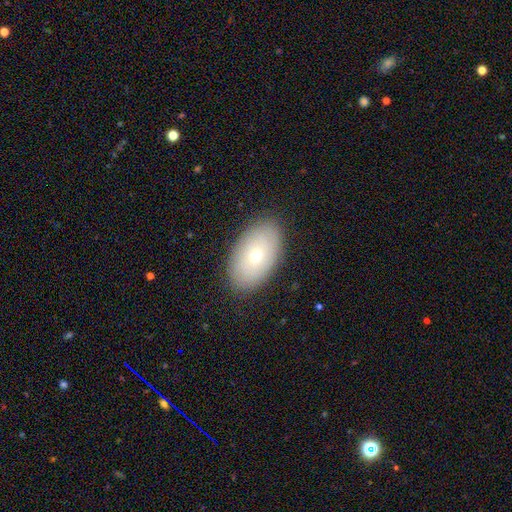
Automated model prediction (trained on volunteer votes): This is likely a smooth galaxy (69%). How rounded: clearly in between (93%). Merging: clearly none (87%).